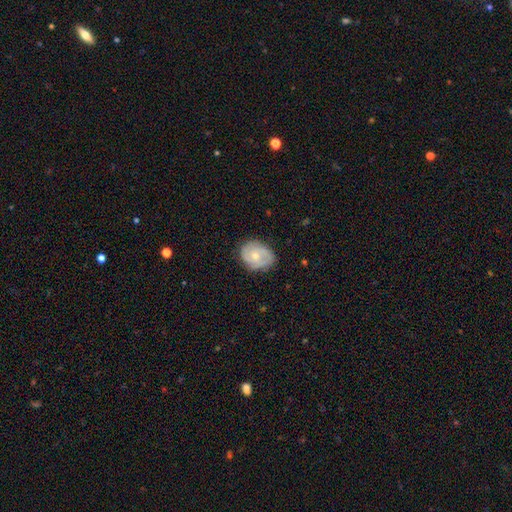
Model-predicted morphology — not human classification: Smooth or featured: featured or disk — 60% (smooth — 34%)
Edge-on disk: no — 97% (yes — 3%)
Bar: no — 75% (weak — 21%)
Spiral arms: yes — 80% (no — 20%)
Bulge size: small — 49% (moderate — 48%)
Merging: none — 75% (minor disturbance — 20%)